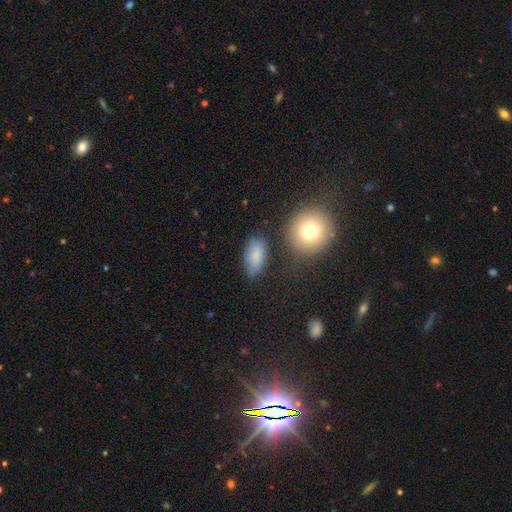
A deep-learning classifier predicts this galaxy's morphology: A smooth galaxy with no disk features (81%) that is in between round and cigar-shaped (90%).

Vote fractions:
- Smooth or featured? smooth: 81% / featured or disk: 10% / star or artifact: 8%
- How rounded? in between: 90% / round: 6% / cigar-shaped: 3%
- Merging? none: 70% / minor disturbance: 18% / merger: 6% / major disturbance: 6%